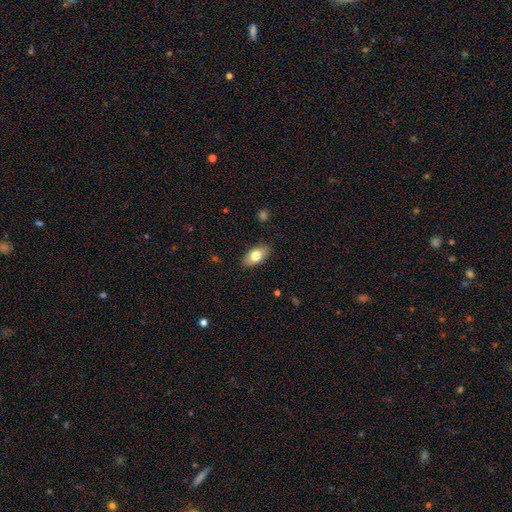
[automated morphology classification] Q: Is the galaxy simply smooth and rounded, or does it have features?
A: smooth — 75%.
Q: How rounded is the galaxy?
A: in between — 90%.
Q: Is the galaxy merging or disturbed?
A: none — 86%.